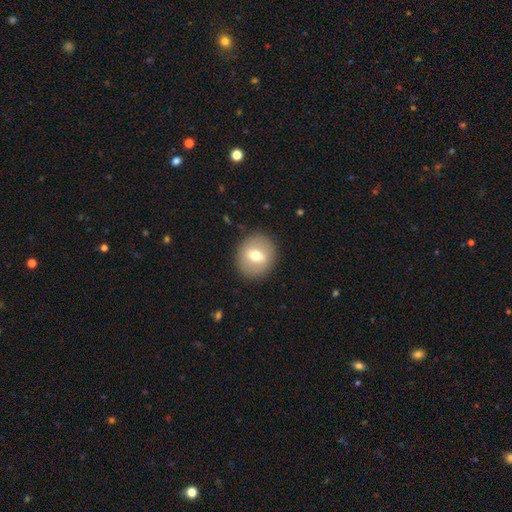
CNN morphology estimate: type=smooth (60%); roundness=round (81%); merging=none (89%).